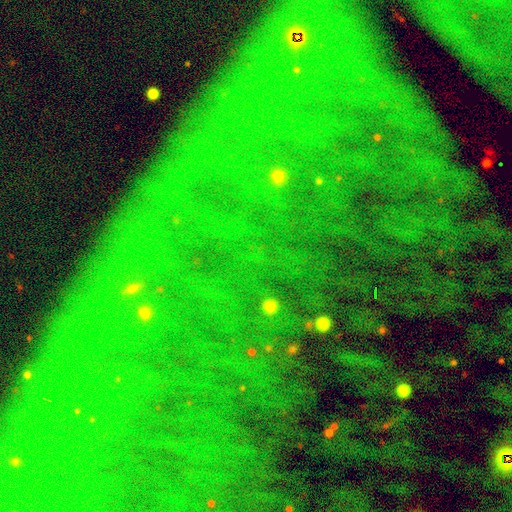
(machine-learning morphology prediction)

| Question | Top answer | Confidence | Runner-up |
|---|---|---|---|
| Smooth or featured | star or artifact | 84% | smooth (8%) |